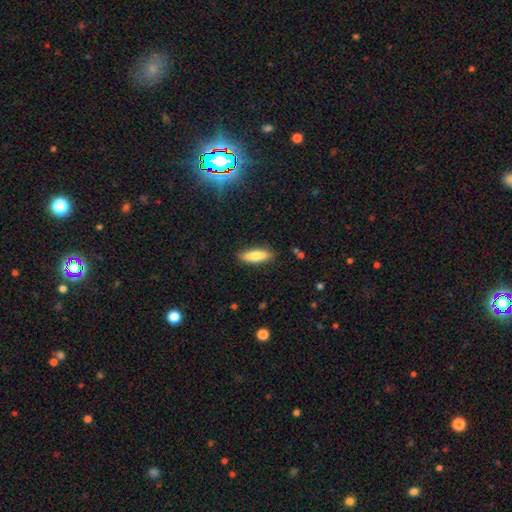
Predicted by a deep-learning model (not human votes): Smooth or featured? smooth (76%)
How rounded? cigar-shaped (51%)
Merging? none (86%)